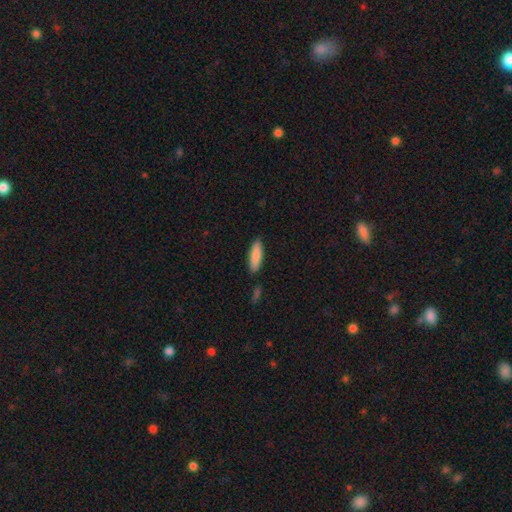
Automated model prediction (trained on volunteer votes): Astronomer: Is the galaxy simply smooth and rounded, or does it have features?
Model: smooth — 84%.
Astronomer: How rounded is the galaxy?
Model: cigar-shaped — 53% (runner-up: in between, 46%).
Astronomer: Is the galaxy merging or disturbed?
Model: none — 86%.